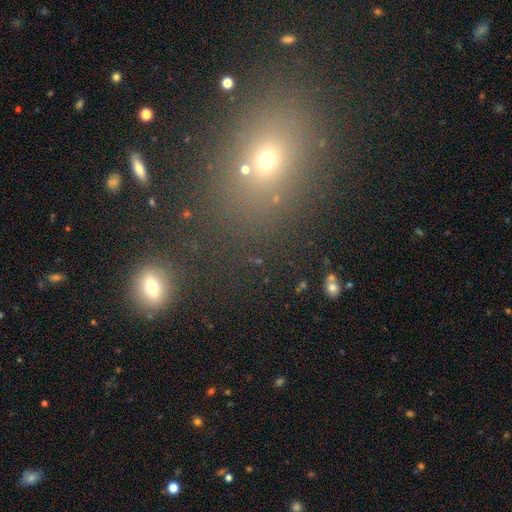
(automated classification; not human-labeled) Overall: smooth (46%; star or artifact 42%). Merging: none (74%).